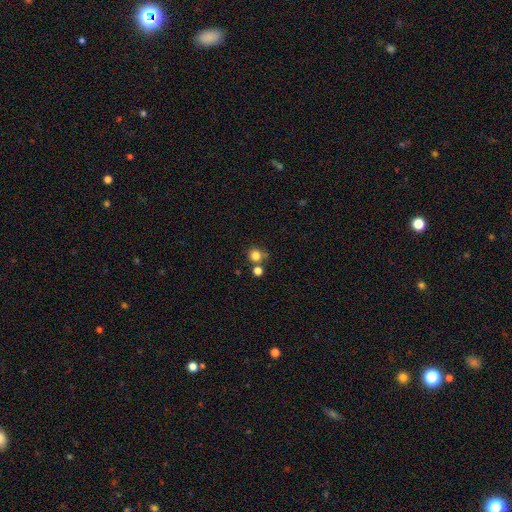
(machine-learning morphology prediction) smooth 81%, star or artifact 13%, featured or disk 6%. Down the decision tree: how rounded — round (89%); merging — none (67%).